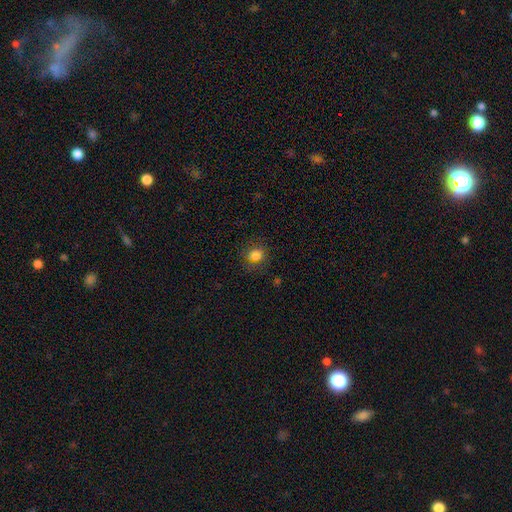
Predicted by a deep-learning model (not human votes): Smooth or featured? Predicted: smooth (p=0.82). How rounded? Predicted: round (p=0.64). Merging? Predicted: none (p=0.78).